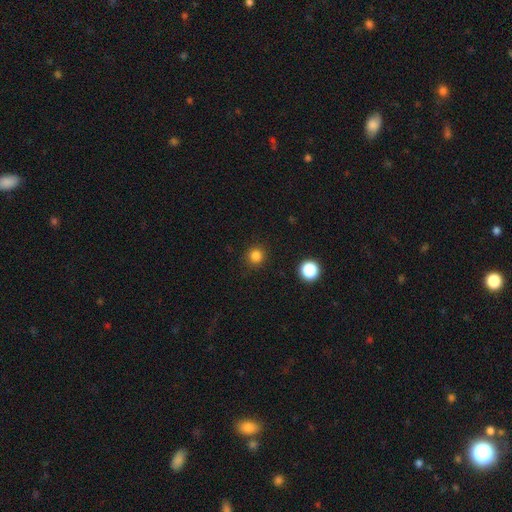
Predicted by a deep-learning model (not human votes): A smooth galaxy with no disk features (83%) that is round (93%). Merging: none (90%).